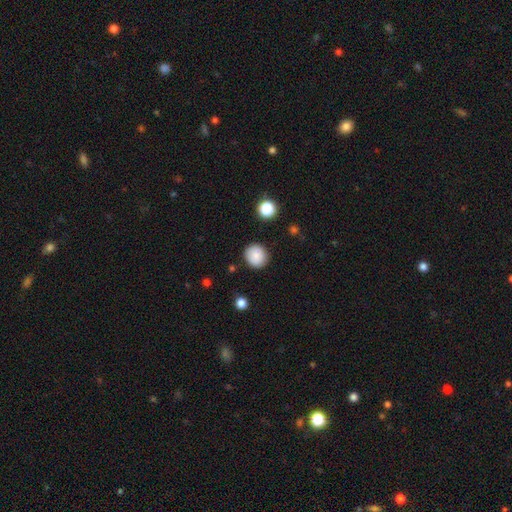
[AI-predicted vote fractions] Smooth or featured?
  - smooth: 86% *
  - star or artifact: 9%
  - featured or disk: 5%
How rounded?
  - round: 87% *
  - in between: 12%
  - cigar-shaped: 1%
Merging?
  - none: 88% *
  - minor disturbance: 8%
  - major disturbance: 2%
  - merger: 1%